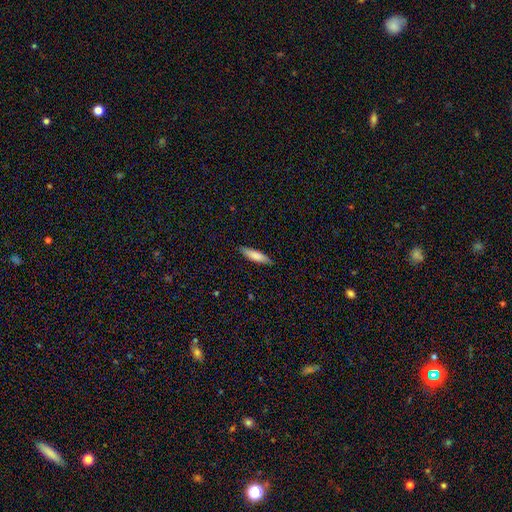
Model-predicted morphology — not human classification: Smooth or featured?
  - smooth: 79% *
  - featured or disk: 15%
  - star or artifact: 6%
How rounded?
  - cigar-shaped: 70% *
  - in between: 28%
  - round: 1%
Merging?
  - none: 86% *
  - minor disturbance: 11%
  - major disturbance: 2%
  - merger: 1%